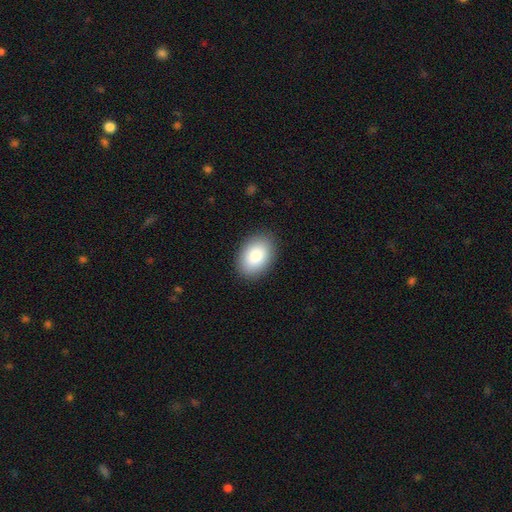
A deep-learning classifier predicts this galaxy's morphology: type=smooth (86%); roundness=in between (86%); merging=none (88%).